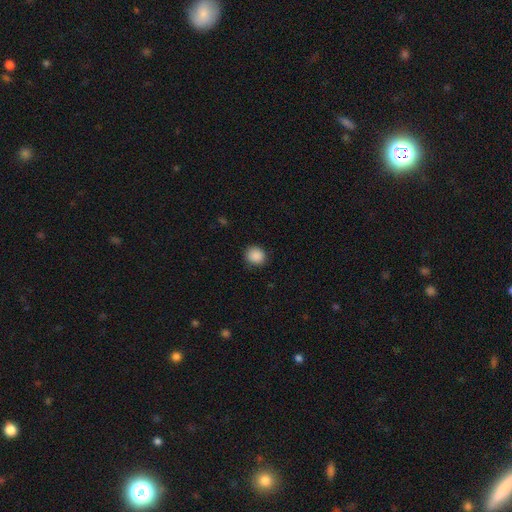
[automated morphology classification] Smooth or featured? smooth (89%)
How rounded? round (82%)
Merging? none (87%)